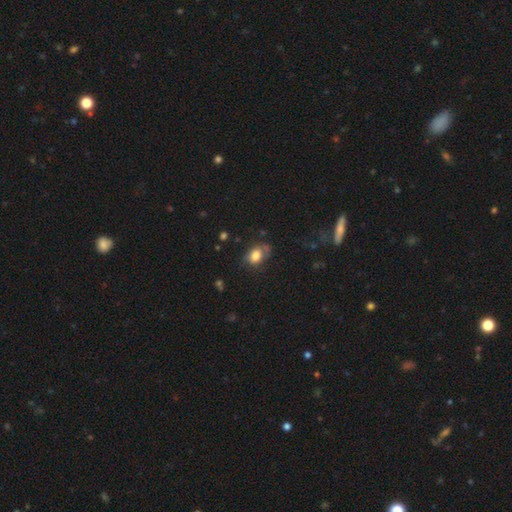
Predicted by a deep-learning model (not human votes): smooth-or-featured: smooth: 77% | featured or disk: 12% | star or artifact: 10%
  how-rounded: in between: 69% | round: 29% | cigar-shaped: 1%
  merging: none: 56% | minor disturbance: 28% | major disturbance: 11% | merger: 5%